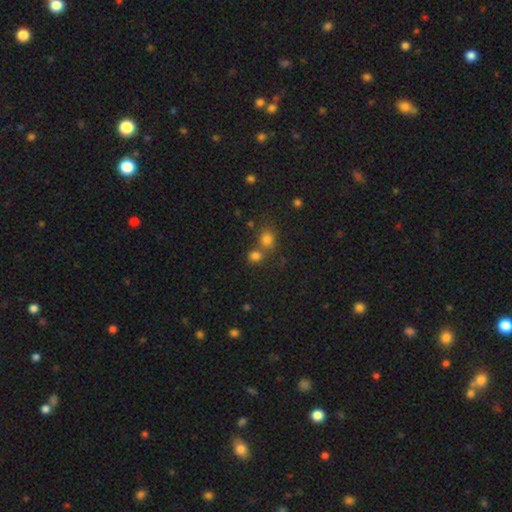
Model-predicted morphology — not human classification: Overall: smooth (76%). How rounded: round (79%). Merging: none (51%; merger 38%).